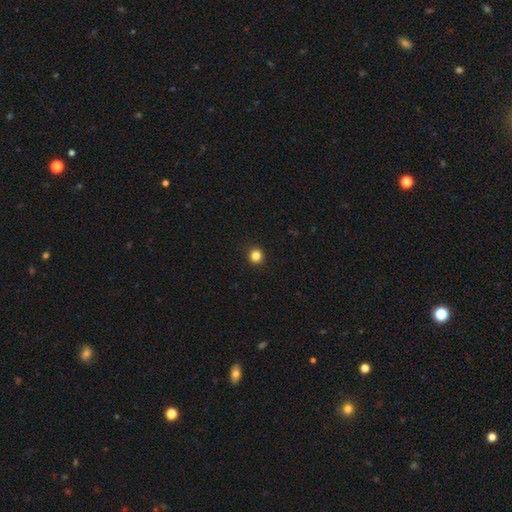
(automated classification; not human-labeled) This is clearly a smooth galaxy (84%). How rounded: clearly round (93%). Merging: clearly none (93%).